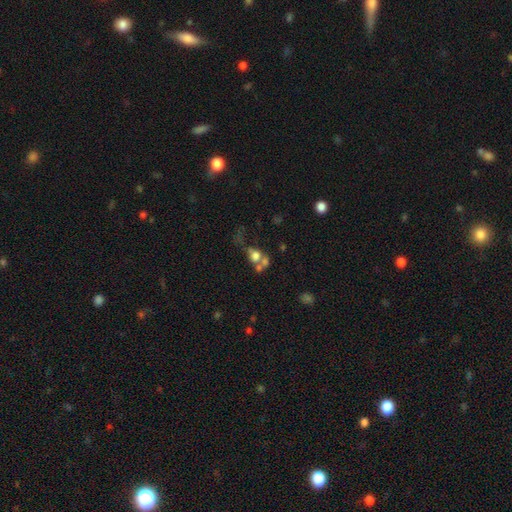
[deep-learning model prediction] The model was most divided on "merging": merger: 53%, none: 26%, major disturbance: 12%, minor disturbance: 9%. More confident: how rounded — round (65%); smooth or featured — smooth (62%).